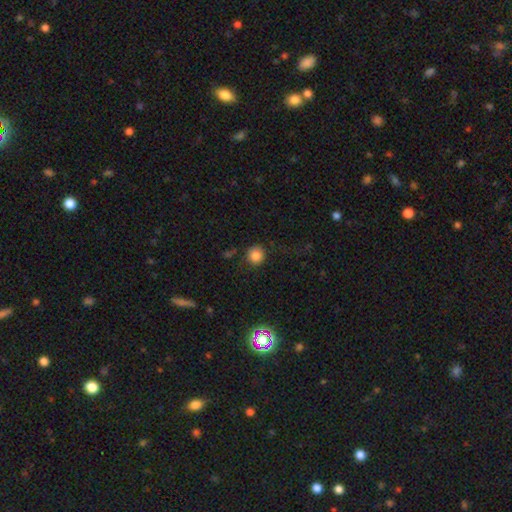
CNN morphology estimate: Smooth or featured?
  - smooth: 83% *
  - star or artifact: 11%
  - featured or disk: 5%
How rounded?
  - round: 92% *
  - in between: 7%
  - cigar-shaped: 1%
Merging?
  - none: 83% *
  - minor disturbance: 10%
  - major disturbance: 4%
  - merger: 2%